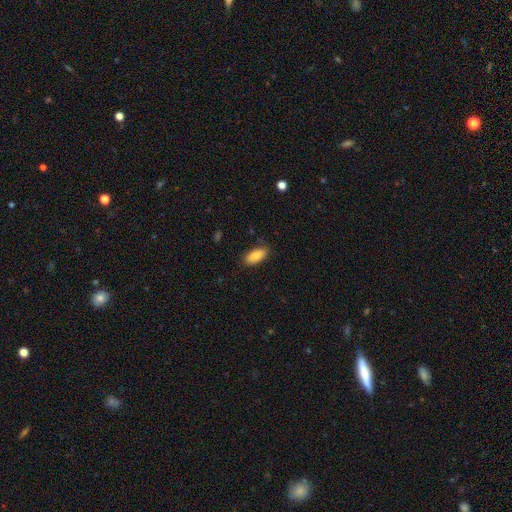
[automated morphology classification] type=smooth (81%); roundness=in between (89%); merging=none (82%).